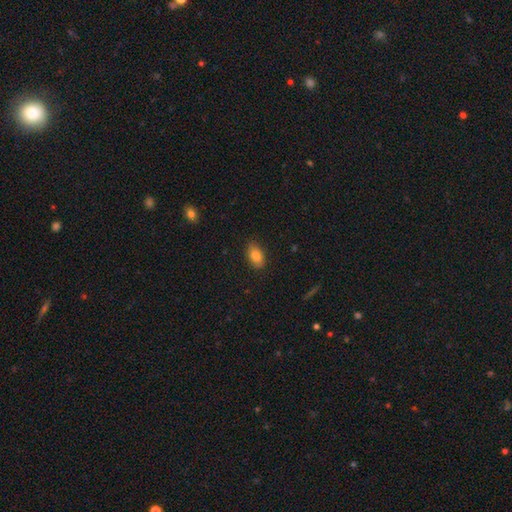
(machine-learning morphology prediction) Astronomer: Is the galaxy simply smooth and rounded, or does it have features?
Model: smooth — 84%.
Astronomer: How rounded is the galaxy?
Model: in between — 91%.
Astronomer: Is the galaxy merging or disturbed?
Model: none — 86%.